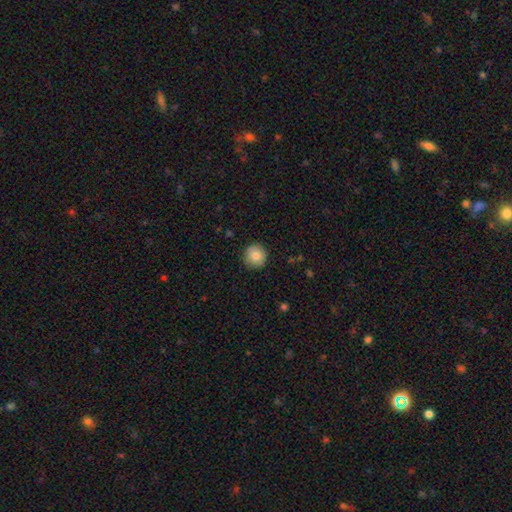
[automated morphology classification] Smooth or featured? Predicted: smooth (p=0.84). How rounded? Predicted: round (p=0.94). Merging? Predicted: none (p=0.89).